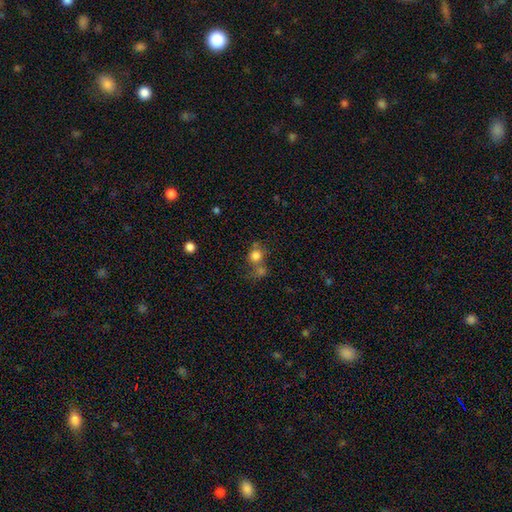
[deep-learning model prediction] Smooth or featured: smooth — 76% (star or artifact — 13%)
How rounded: round — 81% (in between — 18%)
Merging: none — 43% (merger — 37%)